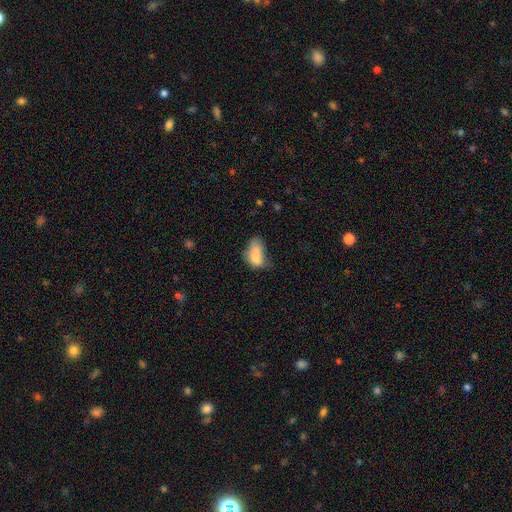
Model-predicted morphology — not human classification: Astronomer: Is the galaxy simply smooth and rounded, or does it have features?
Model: smooth — 73%.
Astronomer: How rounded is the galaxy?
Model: in between — 86%.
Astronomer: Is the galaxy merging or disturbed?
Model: merger — 28% (runner-up: minor disturbance, 27%).